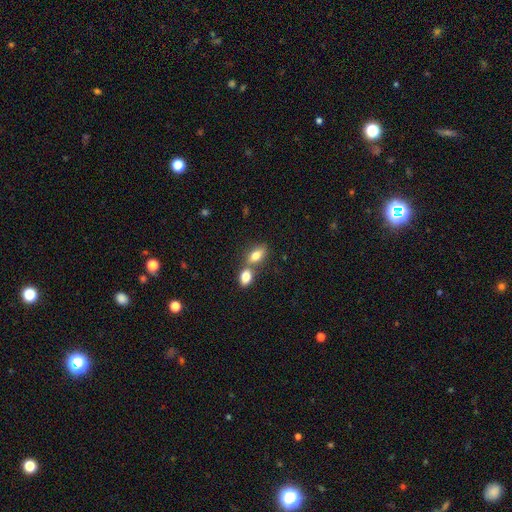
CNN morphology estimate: Q: Smooth or featured?
A: smooth (79%); runner-up: featured or disk (13%)
Q: How rounded?
A: in between (85%); runner-up: round (10%)
Q: Merging?
A: merger (48%); runner-up: none (39%)